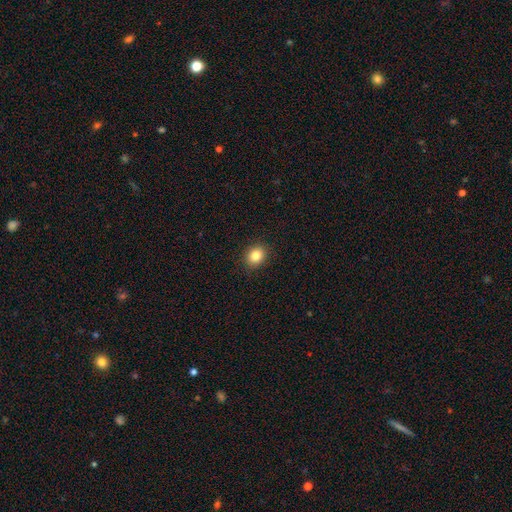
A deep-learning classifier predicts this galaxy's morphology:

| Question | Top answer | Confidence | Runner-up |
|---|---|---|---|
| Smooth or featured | smooth | 84% | star or artifact (10%) |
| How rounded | round | 61% | in between (38%) |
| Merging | none | 90% | minor disturbance (7%) |